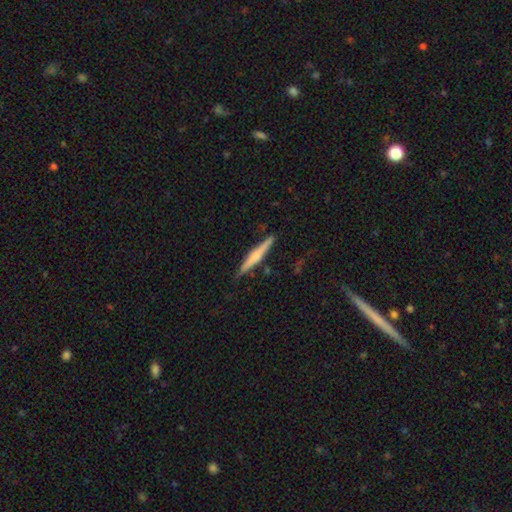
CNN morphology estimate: This appears to be a featured or disk galaxy (55%) viewed edge-on (98%) with a rounded central bulge (64%). Merging: none (85%).